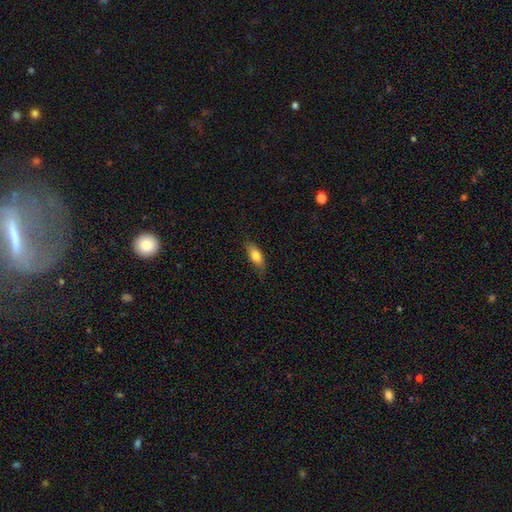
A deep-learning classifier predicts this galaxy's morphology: smooth 73%, featured or disk 20%, star or artifact 7%. Down the decision tree: how rounded — in between (77%); merging — none (71%).